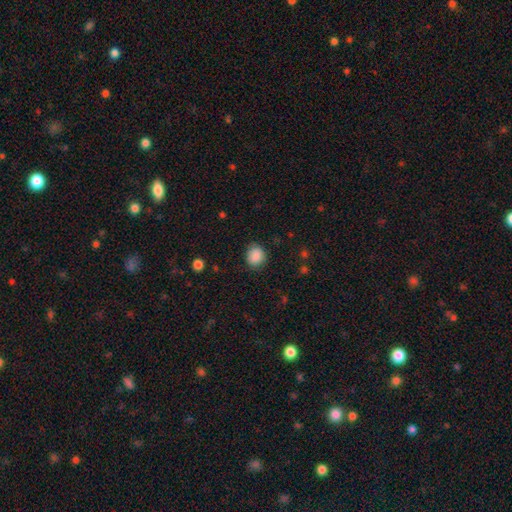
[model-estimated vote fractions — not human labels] smooth-or-featured: smooth: 88% | star or artifact: 8% | featured or disk: 4%
  how-rounded: round: 69% | in between: 30% | cigar-shaped: 1%
  merging: none: 83% | minor disturbance: 13% | major disturbance: 4% | merger: 1%